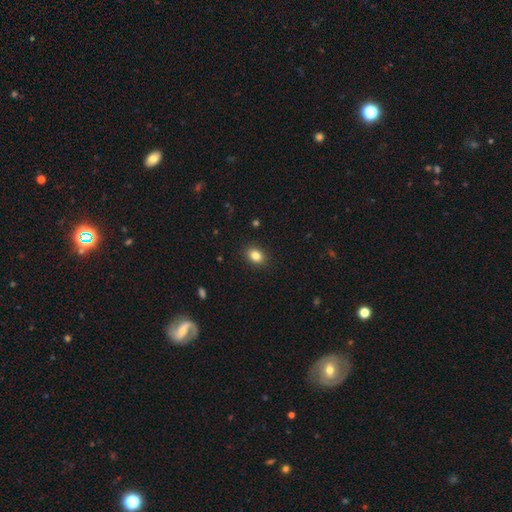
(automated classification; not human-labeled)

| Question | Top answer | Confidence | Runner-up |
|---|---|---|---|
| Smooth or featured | smooth | 84% | star or artifact (10%) |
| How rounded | in between | 70% | round (28%) |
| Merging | none | 89% | minor disturbance (8%) |